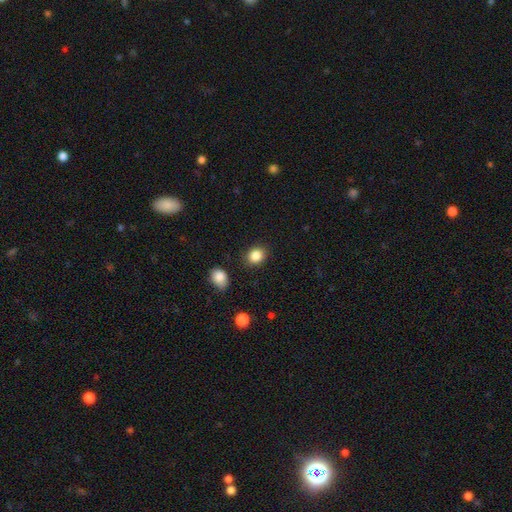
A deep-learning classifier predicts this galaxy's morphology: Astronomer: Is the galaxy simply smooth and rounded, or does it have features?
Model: smooth — 86%.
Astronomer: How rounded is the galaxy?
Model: round — 63%.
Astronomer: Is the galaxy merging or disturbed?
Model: none — 86%.